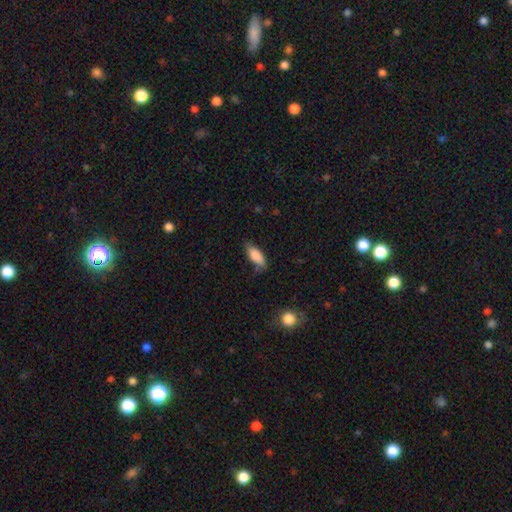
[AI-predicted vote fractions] This appears to be a smooth galaxy with no disk features (85%) that is in between round and cigar-shaped (79%). Merging: none (62%).